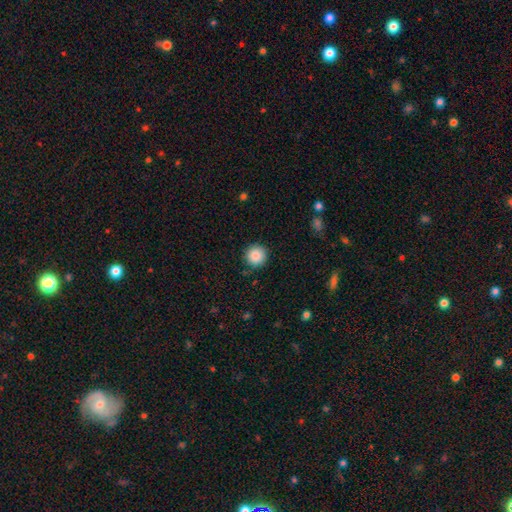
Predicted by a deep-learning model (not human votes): A smooth galaxy with no disk features (87%) that is round (96%). Merging: none (89%).